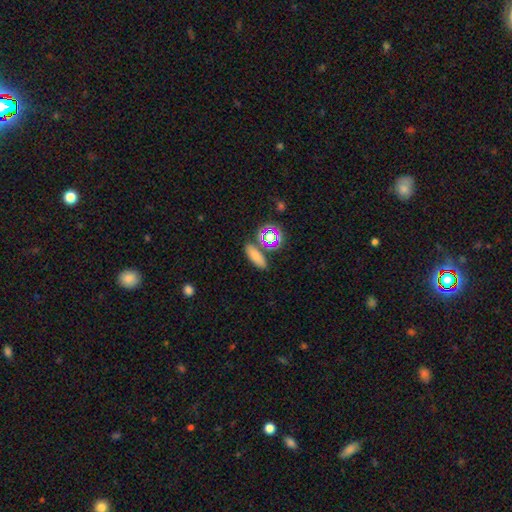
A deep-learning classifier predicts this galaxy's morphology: Smooth or featured: smooth — 73% (star or artifact — 18%)
How rounded: in between — 56% (cigar-shaped — 32%)
Merging: none — 76% (minor disturbance — 10%)